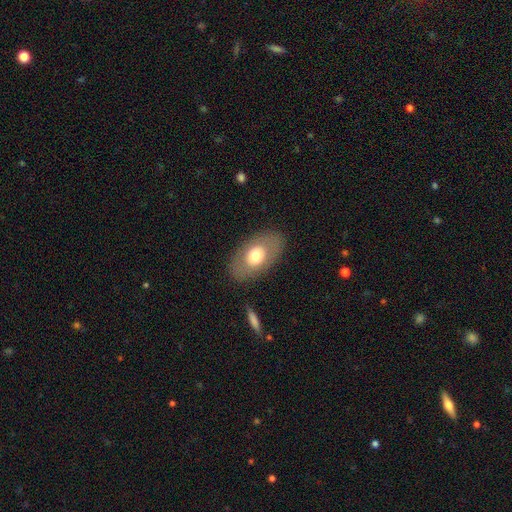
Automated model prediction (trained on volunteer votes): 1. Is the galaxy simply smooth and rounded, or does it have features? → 63% smooth, 30% featured or disk, 7% star or artifact.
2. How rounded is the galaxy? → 90% in between, 9% round, 2% cigar-shaped.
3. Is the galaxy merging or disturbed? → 84% none, 10% minor disturbance, 4% major disturbance, 2% merger.